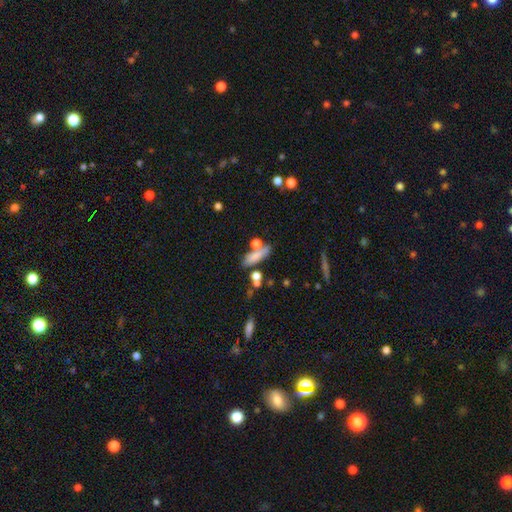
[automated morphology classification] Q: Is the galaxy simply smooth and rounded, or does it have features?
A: smooth — 76%.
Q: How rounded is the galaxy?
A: in between — 50%.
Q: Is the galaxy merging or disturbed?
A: none — 54%.